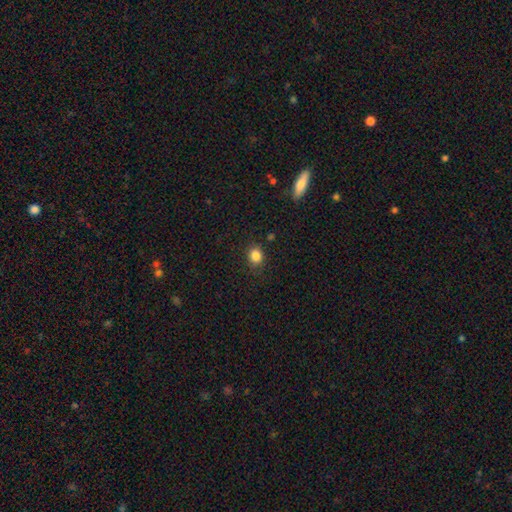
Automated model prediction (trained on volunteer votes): smooth_or_featured: smooth (p=0.84) [alt: star or artifact p=0.11]
how_rounded: round (p=0.61) [alt: in between p=0.38]
merging: none (p=0.84) [alt: minor disturbance p=0.11]